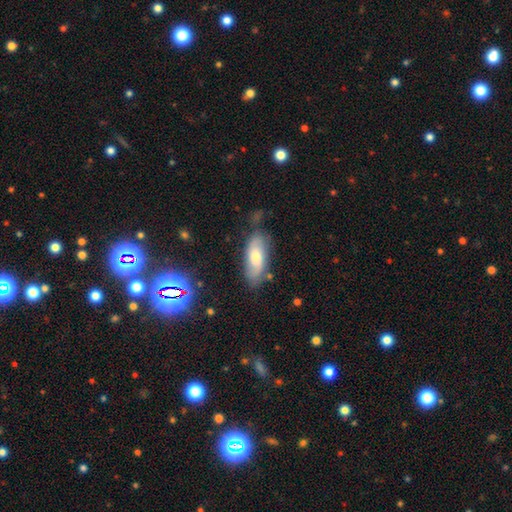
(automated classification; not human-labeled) Smooth or featured? smooth (44%)
Merging? none (71%)